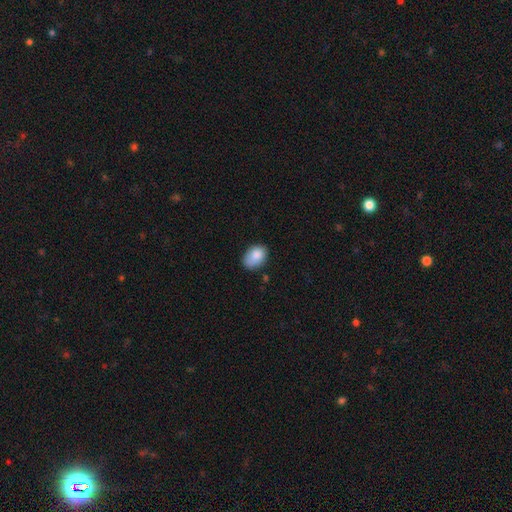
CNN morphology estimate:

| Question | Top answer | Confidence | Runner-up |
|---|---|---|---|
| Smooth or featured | smooth | 86% | star or artifact (7%) |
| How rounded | in between | 83% | round (16%) |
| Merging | none | 69% | minor disturbance (24%) |